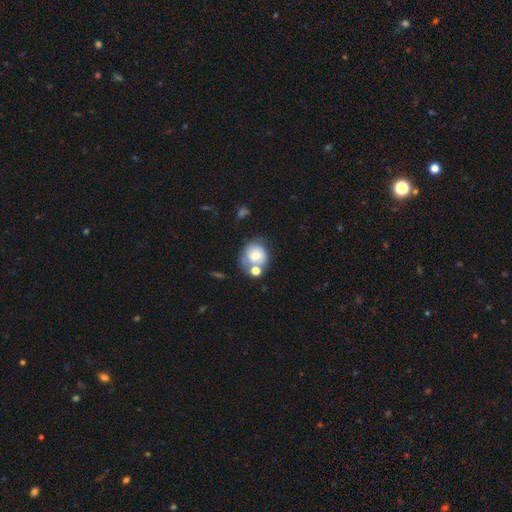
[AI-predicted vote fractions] smooth 64%, featured or disk 27%, star or artifact 9%. Down the decision tree: how rounded — round (78%); merging — none (41%).